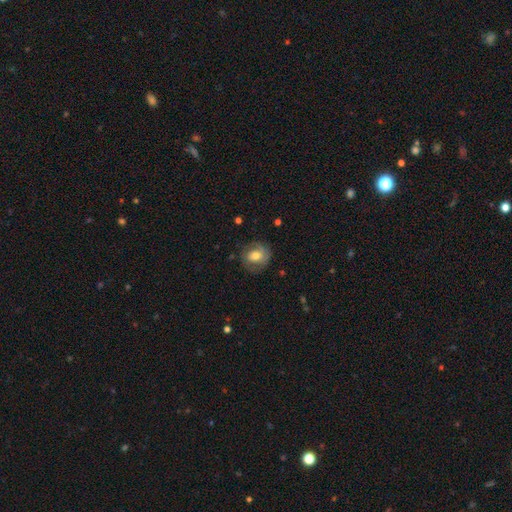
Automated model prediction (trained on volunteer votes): A smooth galaxy with no disk features (49%). Merging: none (72%).